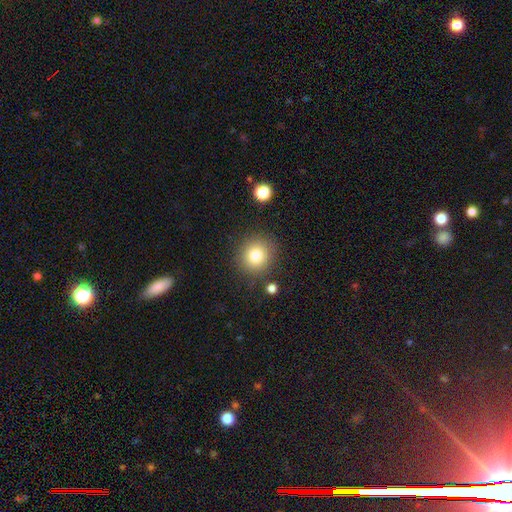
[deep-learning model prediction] Morphology: type=smooth (80%); roundness=round (87%); merging=none (85%).